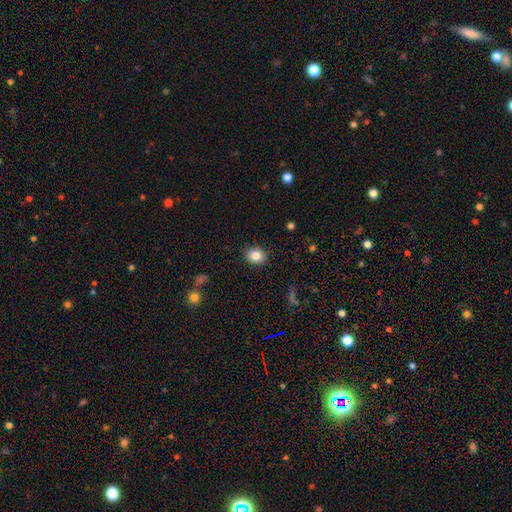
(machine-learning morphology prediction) This appears to be a smooth galaxy with no disk features (84%) that is round (63%). Merging: none (89%).